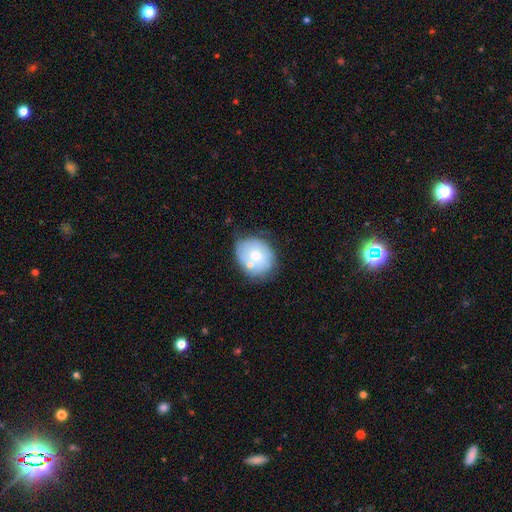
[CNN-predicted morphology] Smooth or featured? Predicted: smooth (p=0.54). How rounded? Predicted: round (p=0.65). Merging? Predicted: none (p=0.55).